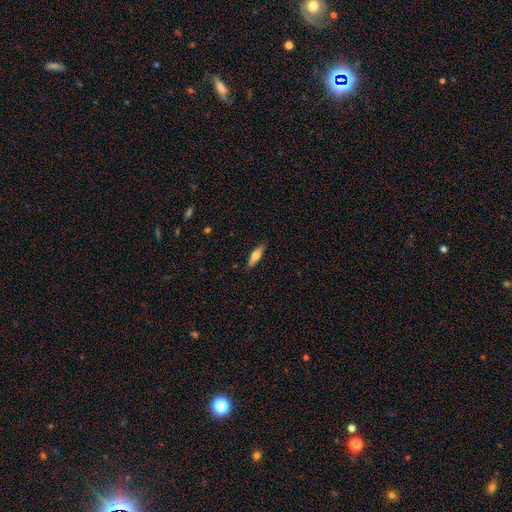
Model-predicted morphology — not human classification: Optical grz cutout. It shows a smooth galaxy with no disk features (61%) that is cigar-shaped (52%). Merging: none (87%).